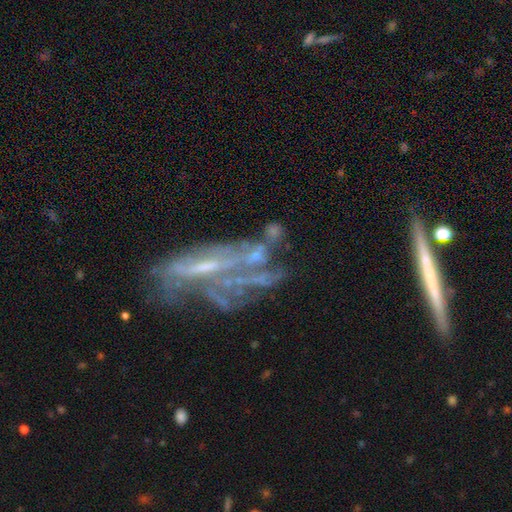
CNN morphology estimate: type=featured or disk (61%); edge-on=no (84%); bar=no (68%); spiral arms=no (68%); bulge=none (44%); merging=none (32%).